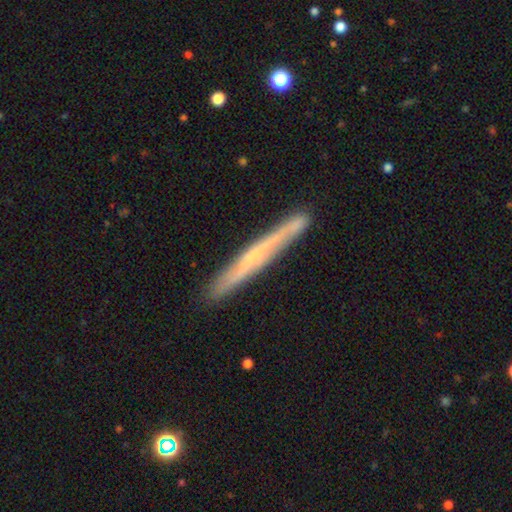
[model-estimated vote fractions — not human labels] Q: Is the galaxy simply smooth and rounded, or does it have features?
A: featured or disk — 61%.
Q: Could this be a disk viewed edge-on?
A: yes — 94%.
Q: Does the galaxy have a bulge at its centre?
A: none — 56%.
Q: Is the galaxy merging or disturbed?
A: none — 87%.